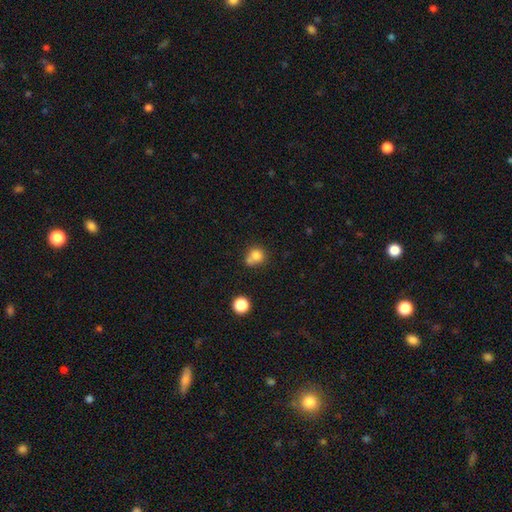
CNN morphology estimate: A smooth galaxy with no disk features (77%) that is round (79%). Merging: none (44%).